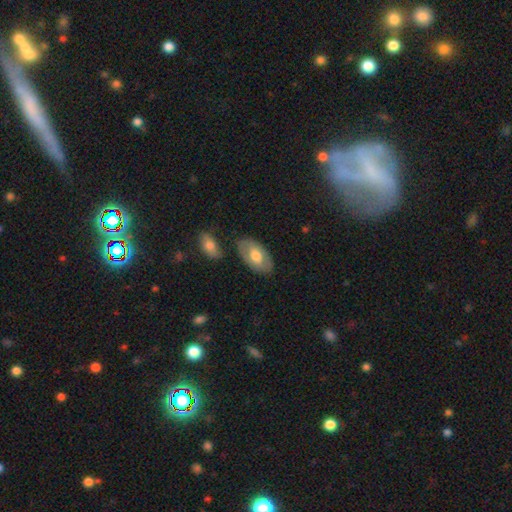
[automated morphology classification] Smooth or featured: smooth — 61% (featured or disk — 34%)
How rounded: in between — 94% (round — 4%)
Merging: none — 78% (minor disturbance — 14%)